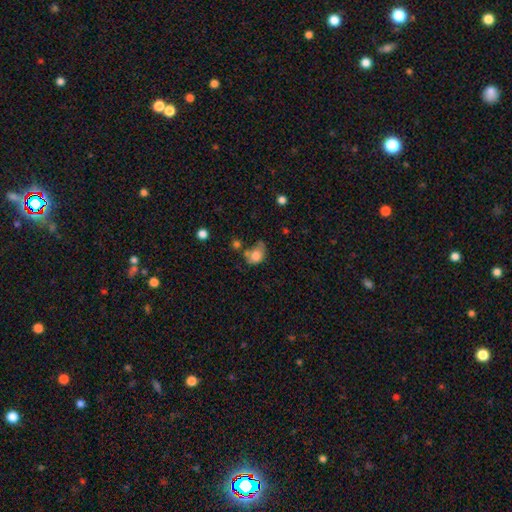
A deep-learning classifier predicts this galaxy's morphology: This is likely a smooth galaxy (74%). How rounded: possibly in between (59%). Merging: marginally none (31%).